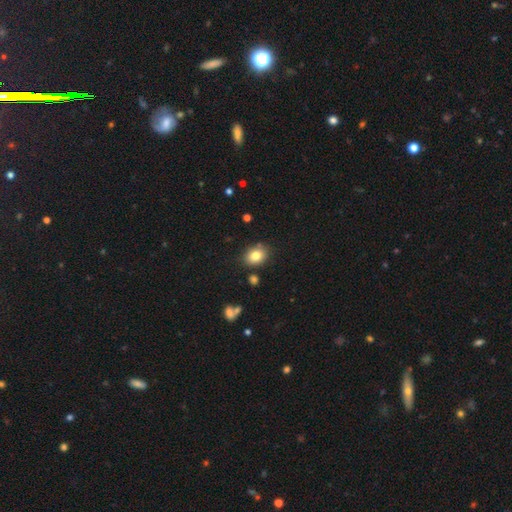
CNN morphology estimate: Q: Smooth or featured?
A: smooth (81%); runner-up: star or artifact (10%)
Q: How rounded?
A: in between (59%); runner-up: round (40%)
Q: Merging?
A: none (81%); runner-up: minor disturbance (12%)